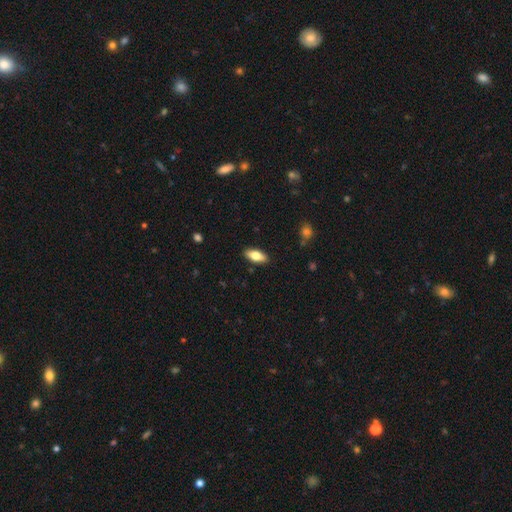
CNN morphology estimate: Overall: smooth (71%). How rounded: in between (83%). Merging: none (88%).